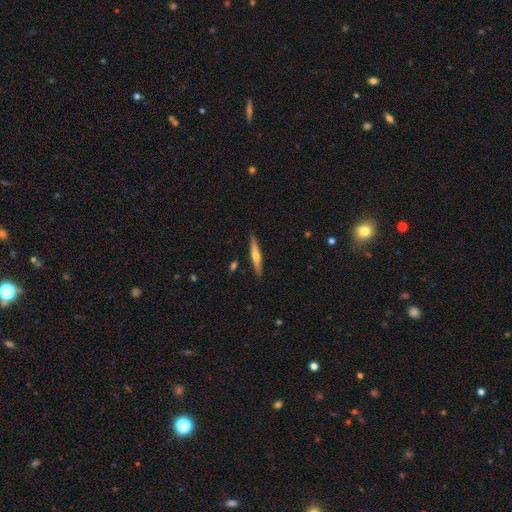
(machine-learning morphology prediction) type=featured or disk (55%); edge-on=yes (96%); edge-on bulge=rounded (86%); merging=none (90%).